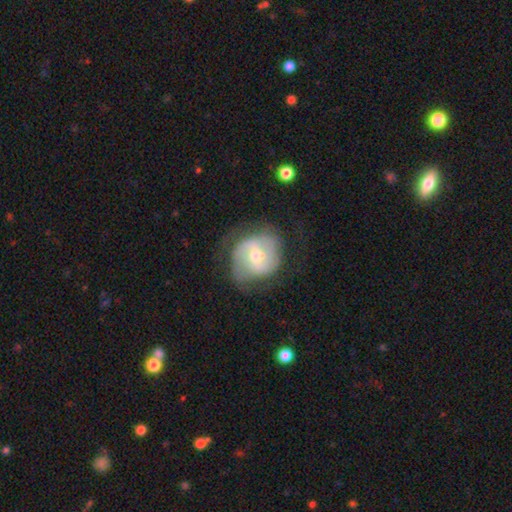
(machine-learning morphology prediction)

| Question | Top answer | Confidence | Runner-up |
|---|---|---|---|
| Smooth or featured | featured or disk | 70% | smooth (24%) |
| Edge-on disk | no | 97% | yes (3%) |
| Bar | weak | 45% | no (40%) |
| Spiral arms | yes | 83% | no (17%) |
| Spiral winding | medium | 43% | tight (36%) |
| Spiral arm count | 2 | 58% | can't tell (23%) |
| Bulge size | moderate | 53% | small (43%) |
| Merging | none | 61% | minor disturbance (22%) |